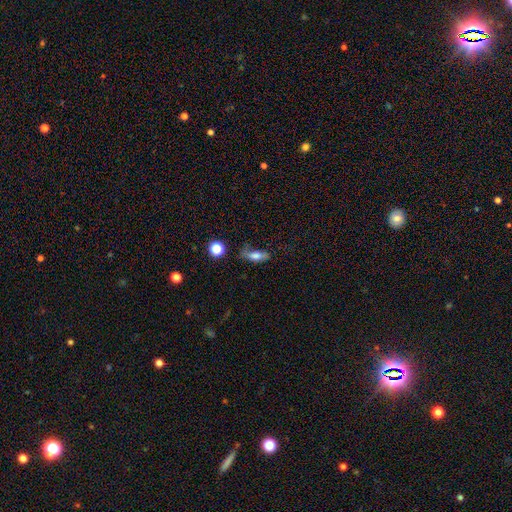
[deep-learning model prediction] Smooth or featured? smooth (63%)
How rounded? in between (69%)
Merging? none (47%)